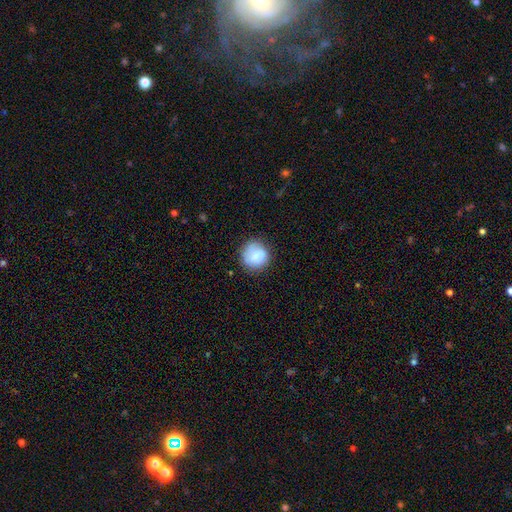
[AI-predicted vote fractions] Smooth or featured? smooth (83%)
How rounded? round (92%)
Merging? none (81%)